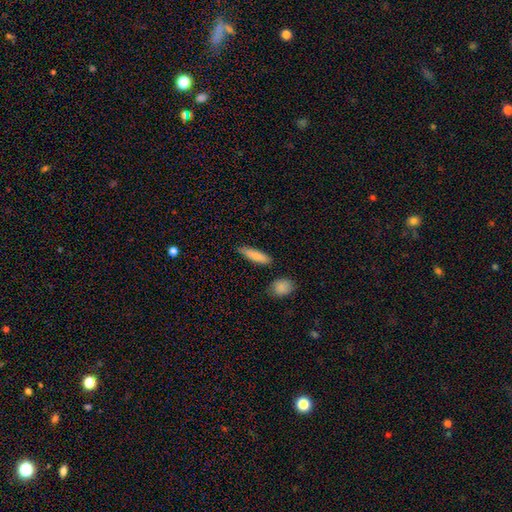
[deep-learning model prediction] Smooth or featured? smooth (83%)
How rounded? cigar-shaped (61%)
Merging? none (83%)